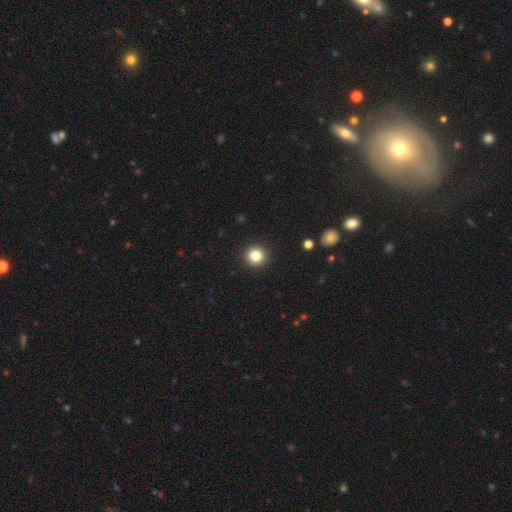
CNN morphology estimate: type=smooth (83%); roundness=round (95%); merging=none (93%).